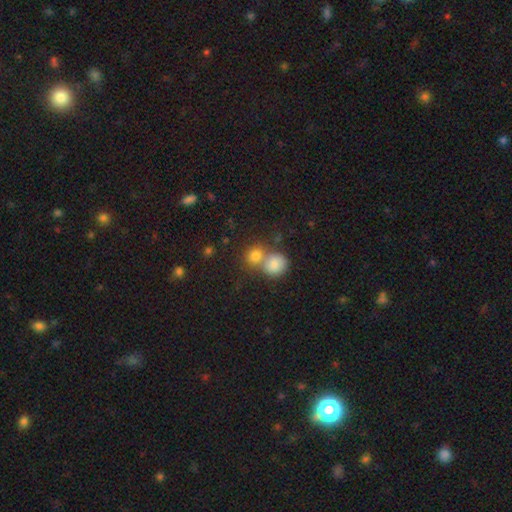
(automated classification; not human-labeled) smooth-or-featured: smooth: 80% | star or artifact: 11% | featured or disk: 9%
  how-rounded: round: 78% | in between: 21% | cigar-shaped: 1%
  merging: merger: 51% | none: 39% | minor disturbance: 7% | major disturbance: 3%